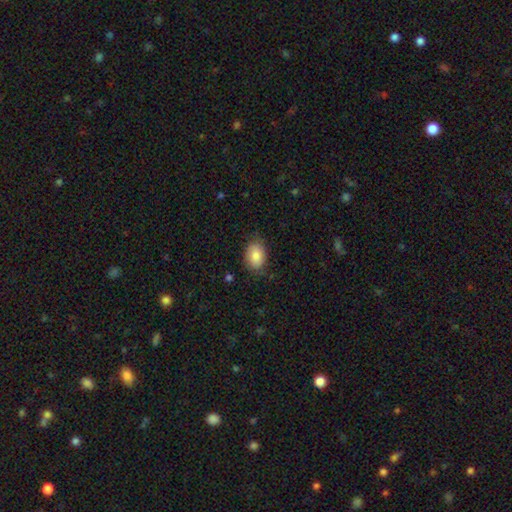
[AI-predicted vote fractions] A smooth galaxy with no disk features (81%) that is in between round and cigar-shaped (80%).

Vote fractions:
- Smooth or featured? smooth: 81% / featured or disk: 12% / star or artifact: 7%
- How rounded? in between: 80% / round: 19% / cigar-shaped: 1%
- Merging? none: 74% / minor disturbance: 20% / major disturbance: 4% / merger: 1%